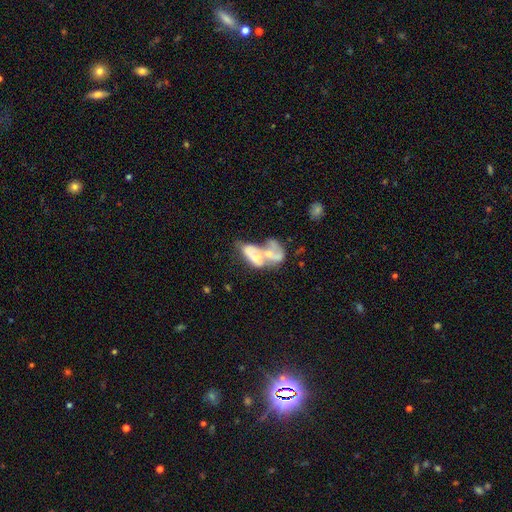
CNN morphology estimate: Smooth or featured? featured or disk (52%)
Edge-on disk? no (95%)
Merging? merger (75%)